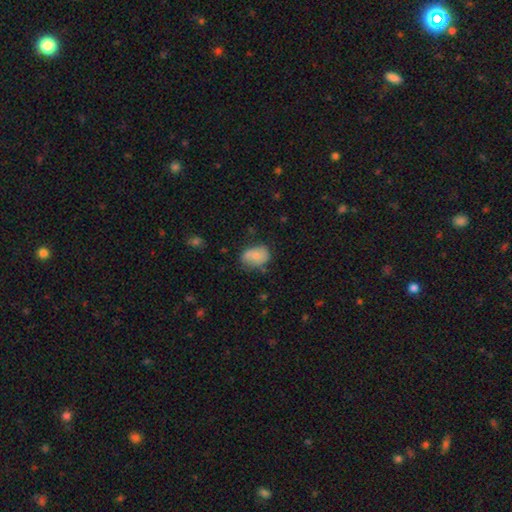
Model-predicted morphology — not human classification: Overall: smooth (71%). How rounded: in between (73%). Merging: none (51%; minor disturbance 32%).